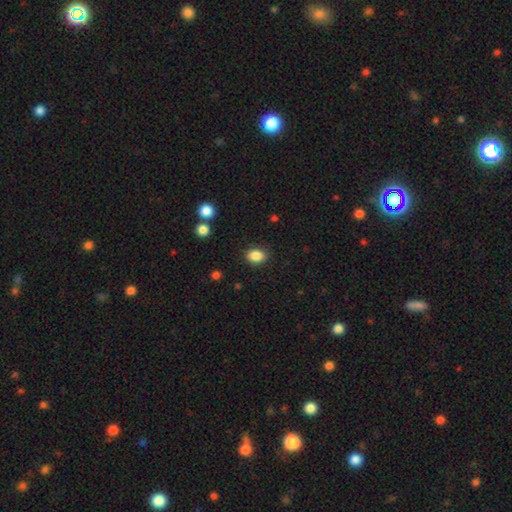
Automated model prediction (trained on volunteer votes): Q: Smooth or featured?
A: smooth (86%); runner-up: star or artifact (9%)
Q: How rounded?
A: in between (73%); runner-up: round (26%)
Q: Merging?
A: none (86%); runner-up: minor disturbance (10%)